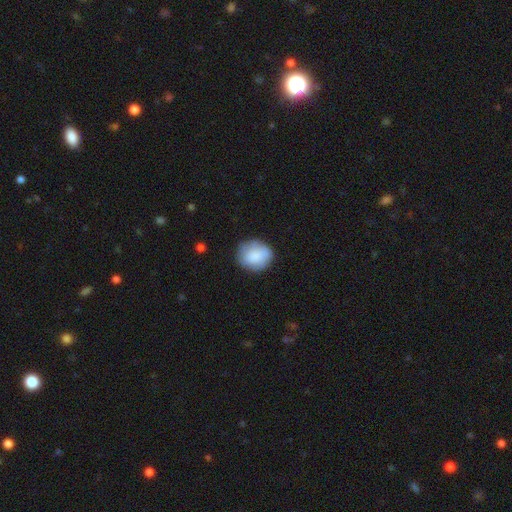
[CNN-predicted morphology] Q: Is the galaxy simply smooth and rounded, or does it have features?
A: smooth — 83%.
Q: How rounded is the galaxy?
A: round — 72%.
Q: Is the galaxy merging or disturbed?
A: none — 77%.